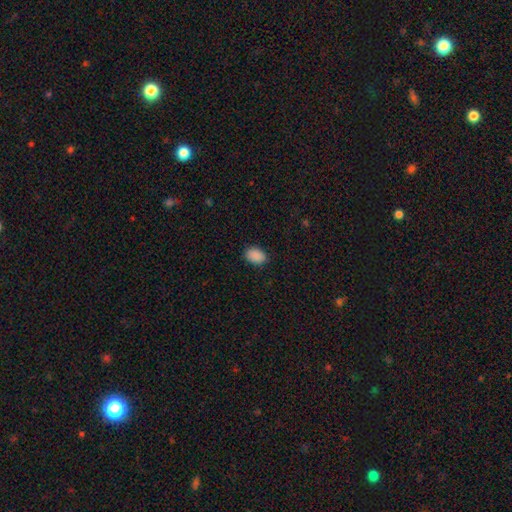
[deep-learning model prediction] smooth_or_featured: smooth (p=0.90) [alt: star or artifact p=0.08]
how_rounded: in between (p=0.81) [alt: round p=0.18]
merging: none (p=0.88) [alt: minor disturbance p=0.09]